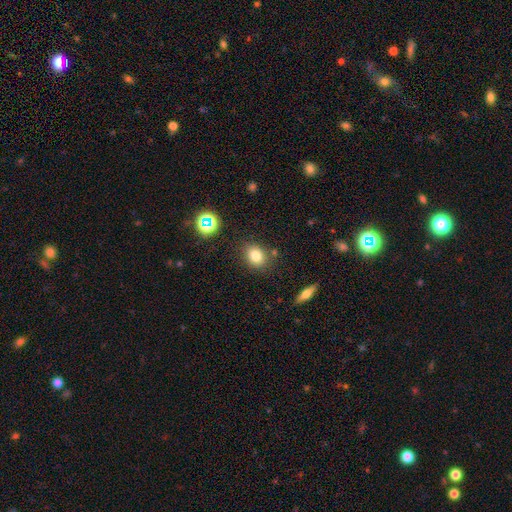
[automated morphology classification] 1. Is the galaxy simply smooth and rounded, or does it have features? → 79% smooth, 13% star or artifact, 8% featured or disk.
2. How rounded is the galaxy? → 49% in between (tied), 49% round (tied), 1% cigar-shaped.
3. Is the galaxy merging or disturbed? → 80% none, 12% minor disturbance, 5% merger, 3% major disturbance.